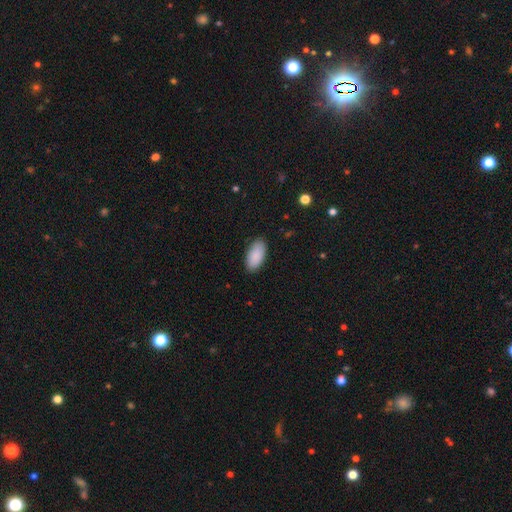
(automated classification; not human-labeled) Smooth or featured? smooth (90%)
How rounded? in between (93%)
Merging? none (87%)